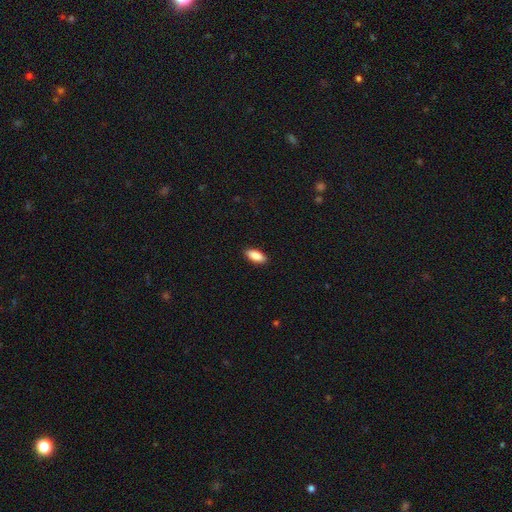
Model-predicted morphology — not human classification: type=smooth (89%); roundness=in between (87%); merging=none (90%).